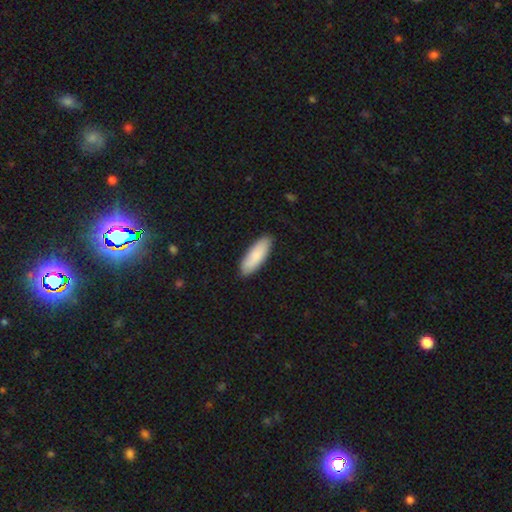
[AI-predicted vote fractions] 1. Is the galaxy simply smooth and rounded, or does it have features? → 87% smooth, 8% featured or disk, 5% star or artifact.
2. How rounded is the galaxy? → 61% in between, 37% cigar-shaped, 1% round.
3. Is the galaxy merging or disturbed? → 87% none, 10% minor disturbance, 2% major disturbance, 1% merger.